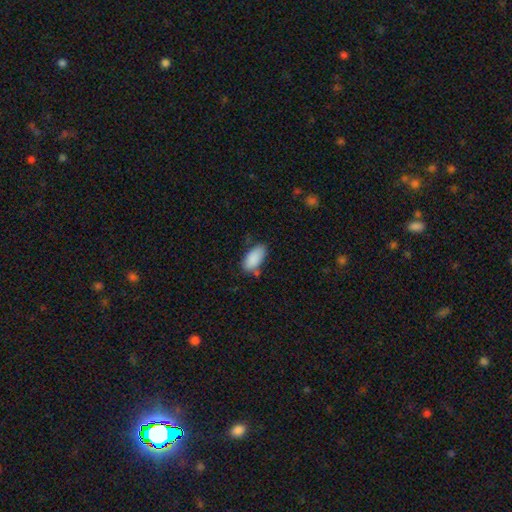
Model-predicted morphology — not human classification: Q: Smooth or featured?
A: smooth (88%); runner-up: star or artifact (7%)
Q: How rounded?
A: in between (91%); runner-up: cigar-shaped (7%)
Q: Merging?
A: none (66%); runner-up: minor disturbance (24%)